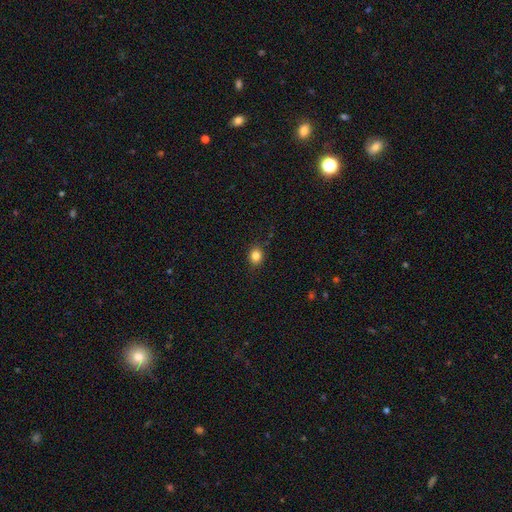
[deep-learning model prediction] Smooth or featured?
  - smooth: 84% *
  - star or artifact: 12%
  - featured or disk: 5%
How rounded?
  - round: 73% *
  - in between: 26%
  - cigar-shaped: 1%
Merging?
  - none: 88% *
  - minor disturbance: 9%
  - major disturbance: 2%
  - merger: 1%